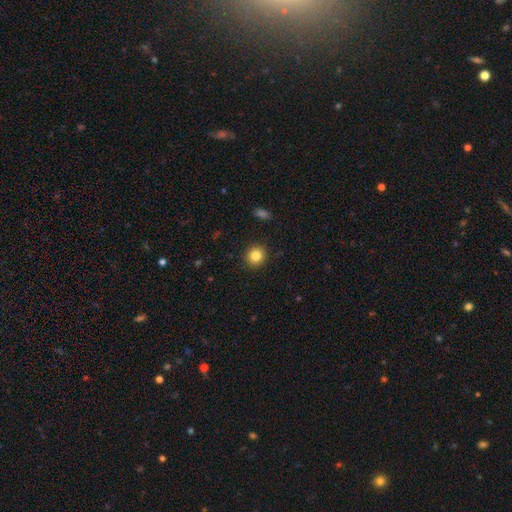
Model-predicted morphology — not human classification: Q: Smooth or featured?
A: smooth (83%); runner-up: star or artifact (11%)
Q: How rounded?
A: round (92%); runner-up: in between (7%)
Q: Merging?
A: none (91%); runner-up: minor disturbance (6%)